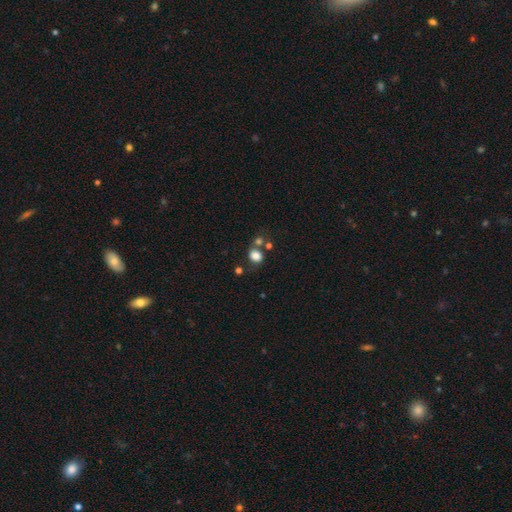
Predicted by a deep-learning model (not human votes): Smooth or featured: smooth — 81% (star or artifact — 12%)
How rounded: round — 55% (in between — 44%)
Merging: none — 57% (merger — 22%)